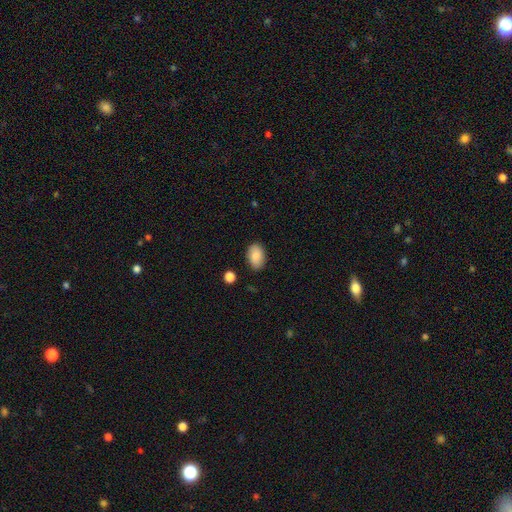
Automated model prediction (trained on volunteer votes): A smooth galaxy with no disk features (86%) that is in between round and cigar-shaped (89%).

Vote fractions:
- Smooth or featured? smooth: 86% / star or artifact: 7% / featured or disk: 7%
- How rounded? in between: 89% / round: 10% / cigar-shaped: 1%
- Merging? none: 85% / minor disturbance: 11% / major disturbance: 2% / merger: 2%